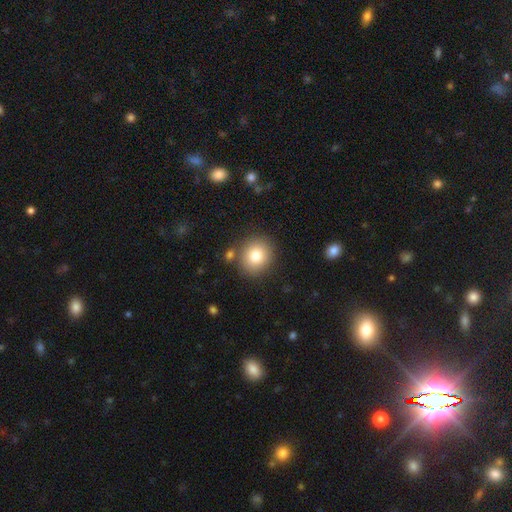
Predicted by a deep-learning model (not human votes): smooth 81%, star or artifact 10%, featured or disk 9%. Down the decision tree: how rounded — round (83%); merging — none (82%).